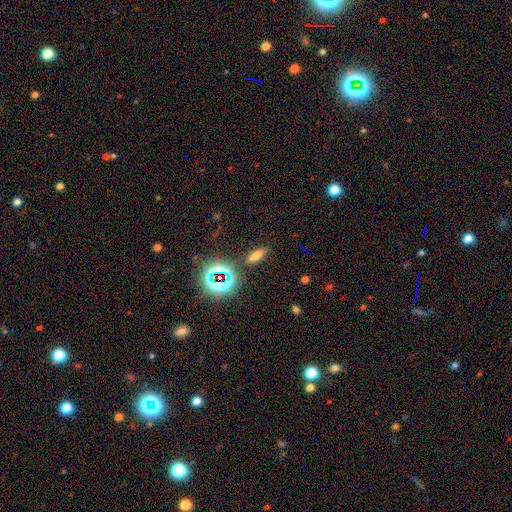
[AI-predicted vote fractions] smooth 60%, star or artifact 29%, featured or disk 11%. Down the decision tree: how rounded — in between (58%); merging — none (84%).